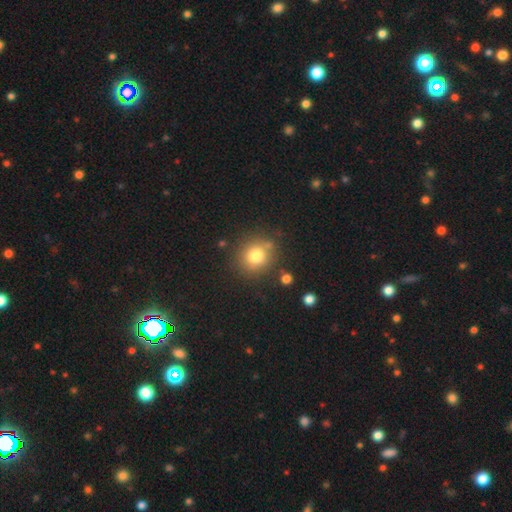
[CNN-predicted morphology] type=smooth (78%); roundness=round (86%); merging=none (78%).